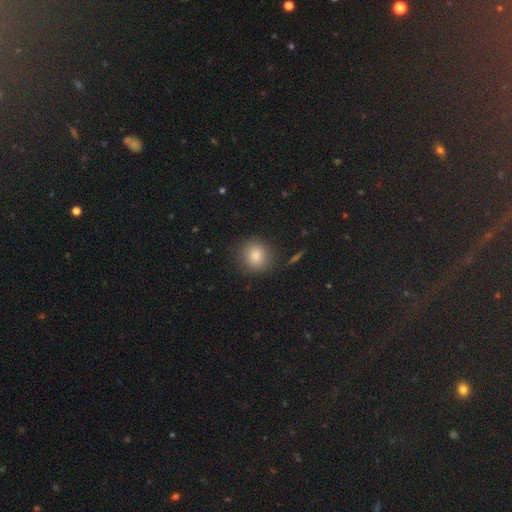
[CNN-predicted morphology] type=smooth (85%); roundness=round (88%); merging=none (87%).